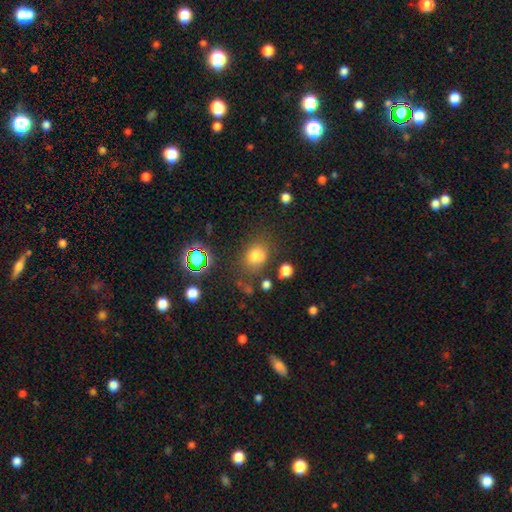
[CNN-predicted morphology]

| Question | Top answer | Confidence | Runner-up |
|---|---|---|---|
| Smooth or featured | smooth | 73% | star or artifact (18%) |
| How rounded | round | 53% | in between (46%) |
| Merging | none | 67% | minor disturbance (18%) |